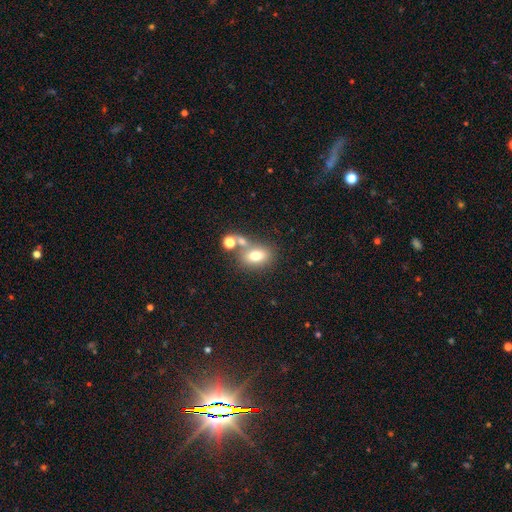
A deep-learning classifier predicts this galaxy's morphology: smooth-or-featured: smooth: 72% | featured or disk: 16% | star or artifact: 12%
  how-rounded: in between: 74% | round: 23% | cigar-shaped: 2%
  merging: none: 54% | merger: 27% | minor disturbance: 13% | major disturbance: 6%